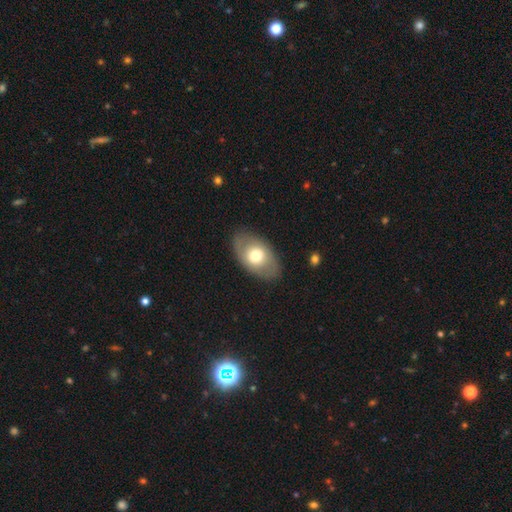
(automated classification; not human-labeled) smooth_or_featured: smooth (p=0.60) [alt: featured or disk p=0.34]
how_rounded: in between (p=0.88) [alt: round p=0.11]
merging: none (p=0.83) [alt: minor disturbance p=0.12]